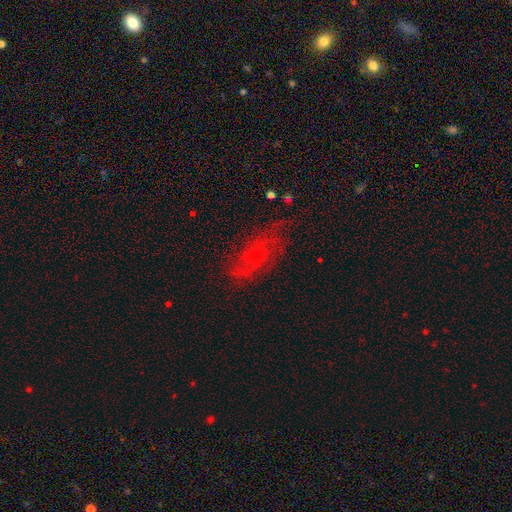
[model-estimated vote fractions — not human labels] Morphology: type=featured or disk (56%); edge-on=no (89%); bar=no (76%); spiral arms=yes (69%); bulge=small (65%); merging=none (64%).